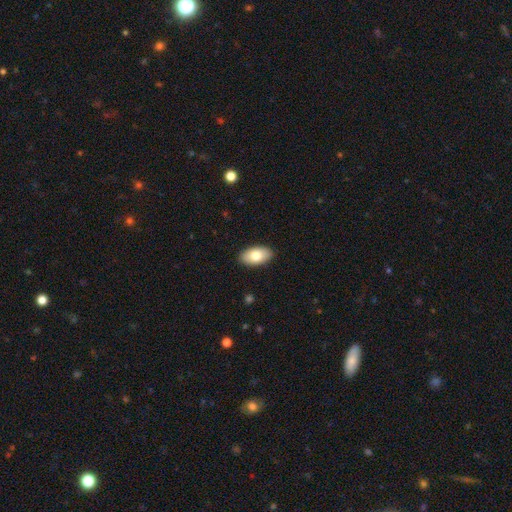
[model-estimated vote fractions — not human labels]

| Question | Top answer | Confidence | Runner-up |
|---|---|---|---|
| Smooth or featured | smooth | 78% | featured or disk (16%) |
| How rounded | in between | 95% | round (4%) |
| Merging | none | 89% | minor disturbance (8%) |